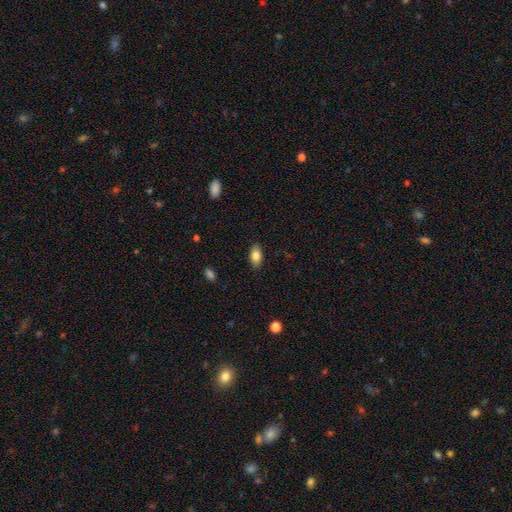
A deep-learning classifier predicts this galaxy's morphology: Smooth or featured? Predicted: smooth (p=0.82). How rounded? Predicted: in between (p=0.91). Merging? Predicted: none (p=0.87).